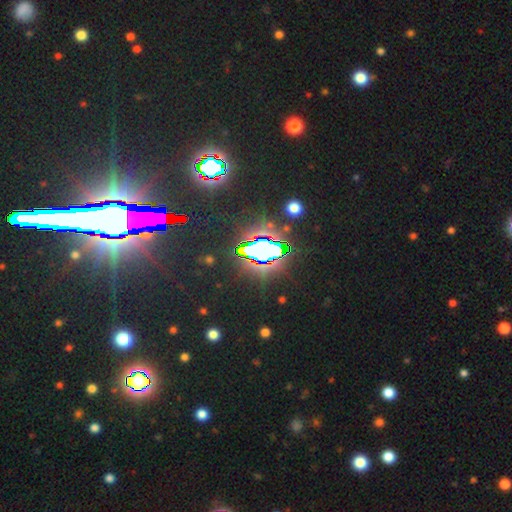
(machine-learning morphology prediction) Q: Smooth or featured?
A: star or artifact (83%); runner-up: smooth (9%)